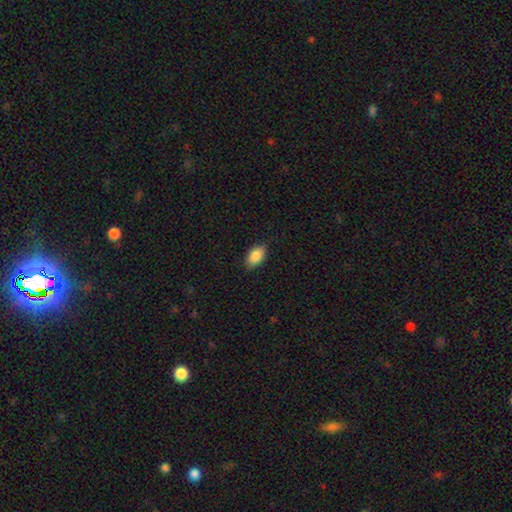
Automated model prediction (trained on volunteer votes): A smooth galaxy with no disk features (88%) that is in between round and cigar-shaped (92%). Merging: none (84%).